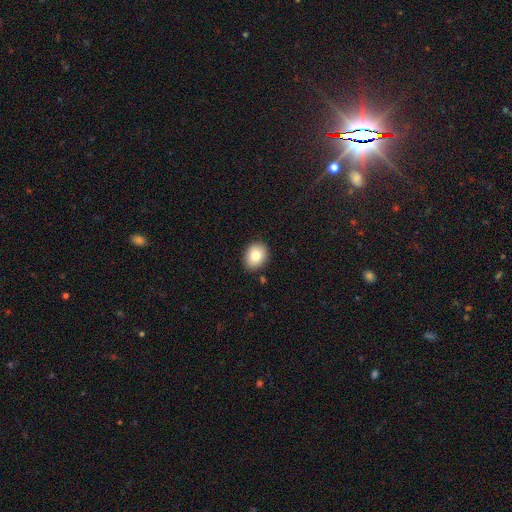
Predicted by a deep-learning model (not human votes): A smooth galaxy with no disk features (81%) that is in between round and cigar-shaped (50%).

Vote fractions:
- Smooth or featured? smooth: 81% / featured or disk: 10% / star or artifact: 9%
- How rounded? in between: 50% / round: 49% / cigar-shaped: 1%
- Merging? none: 87% / minor disturbance: 9% / major disturbance: 2% / merger: 2%